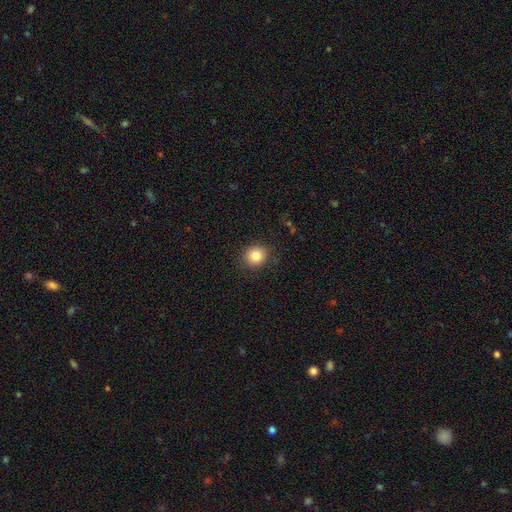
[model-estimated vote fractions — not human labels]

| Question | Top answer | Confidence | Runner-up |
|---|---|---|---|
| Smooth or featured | smooth | 83% | star or artifact (10%) |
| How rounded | round | 85% | in between (14%) |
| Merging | none | 87% | minor disturbance (9%) |